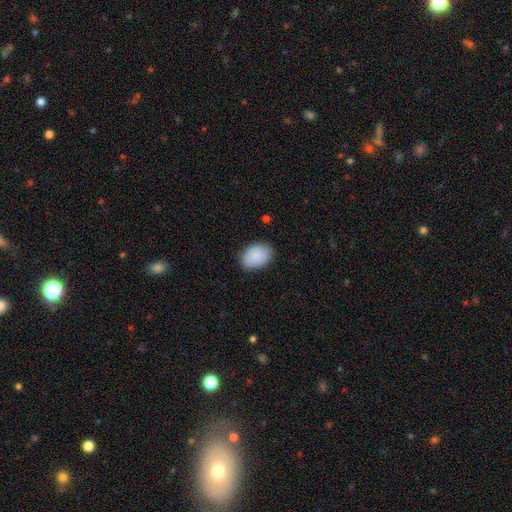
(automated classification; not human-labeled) smooth_or_featured: smooth (p=0.88) [alt: star or artifact p=0.06]
how_rounded: in between (p=0.82) [alt: round p=0.17]
merging: none (p=0.83) [alt: minor disturbance p=0.13]